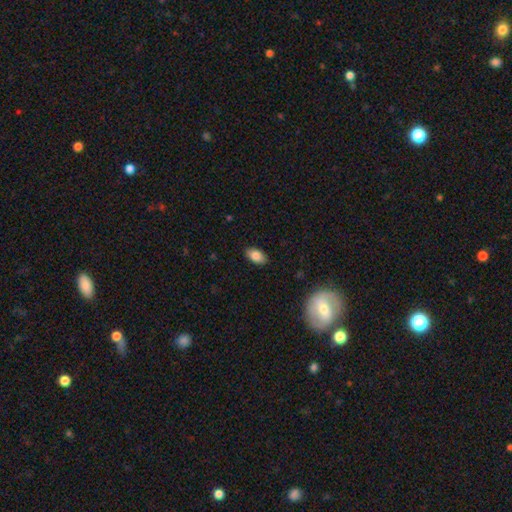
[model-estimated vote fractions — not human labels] Q: Smooth or featured?
A: smooth (84%); runner-up: featured or disk (8%)
Q: How rounded?
A: in between (93%); runner-up: round (5%)
Q: Merging?
A: none (88%); runner-up: minor disturbance (9%)